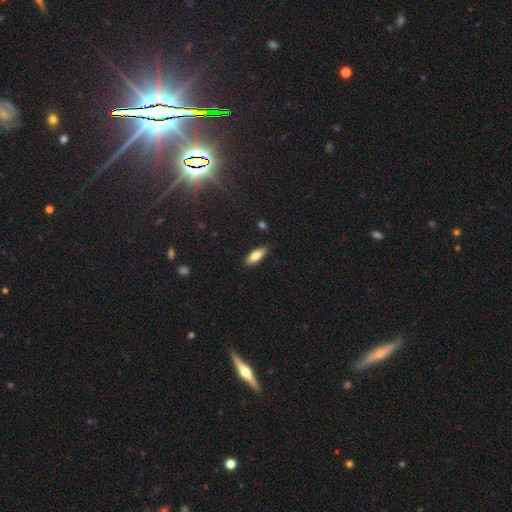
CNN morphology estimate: This appears to be a smooth galaxy with no disk features (73%) that is in between round and cigar-shaped (65%). Merging: none (88%).